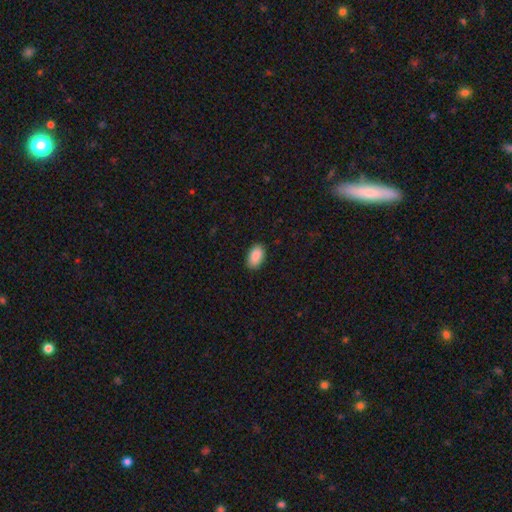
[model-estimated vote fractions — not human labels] Smooth or featured?
  - smooth: 90% *
  - star or artifact: 7%
  - featured or disk: 3%
How rounded?
  - in between: 93% *
  - round: 6%
  - cigar-shaped: 1%
Merging?
  - none: 87% *
  - minor disturbance: 10%
  - major disturbance: 2%
  - merger: 1%